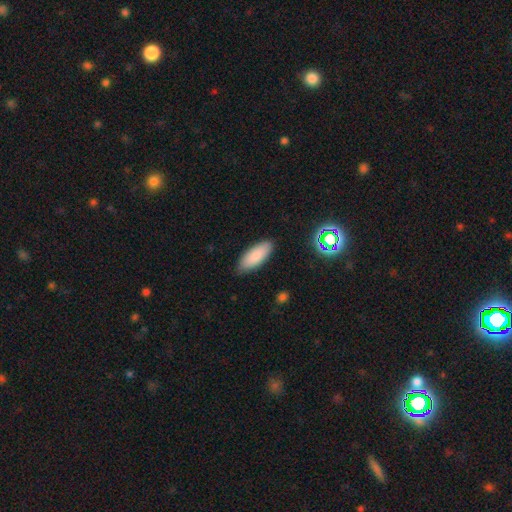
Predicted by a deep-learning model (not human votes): A smooth galaxy with no disk features (86%) that is in between round and cigar-shaped (76%).

Vote fractions:
- Smooth or featured? smooth: 86% / star or artifact: 7% / featured or disk: 7%
- How rounded? in between: 76% / cigar-shaped: 23% / round: 2%
- Merging? none: 86% / minor disturbance: 11% / major disturbance: 2% / merger: 1%